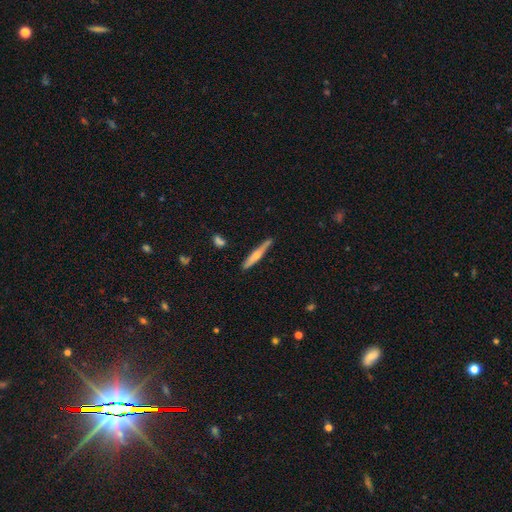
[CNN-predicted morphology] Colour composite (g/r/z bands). It shows a featured or disk galaxy (51%) viewed edge-on (96%). Merging: none (84%).